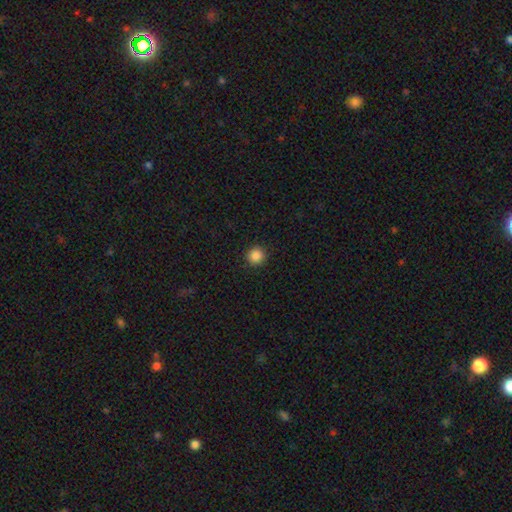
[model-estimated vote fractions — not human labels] This is clearly a smooth galaxy (87%). How rounded: clearly round (95%). Merging: clearly none (92%).